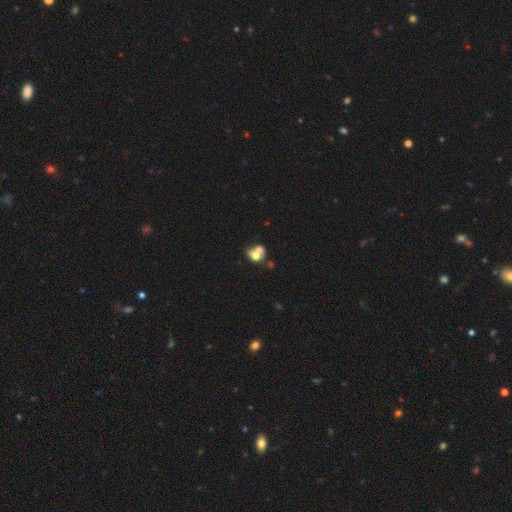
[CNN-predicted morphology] The model was most divided on "how rounded": round: 51%, in between: 48%, cigar-shaped: 2%. More confident: merging — merger (64%); smooth or featured — smooth (58%).